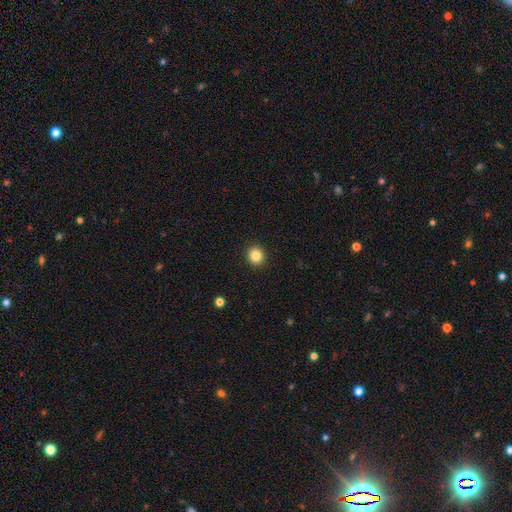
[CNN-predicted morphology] smooth-or-featured: smooth: 85% | star or artifact: 10% | featured or disk: 5%
  how-rounded: round: 87% | in between: 12% | cigar-shaped: 1%
  merging: none: 93% | minor disturbance: 5% | major disturbance: 2% | merger: 1%